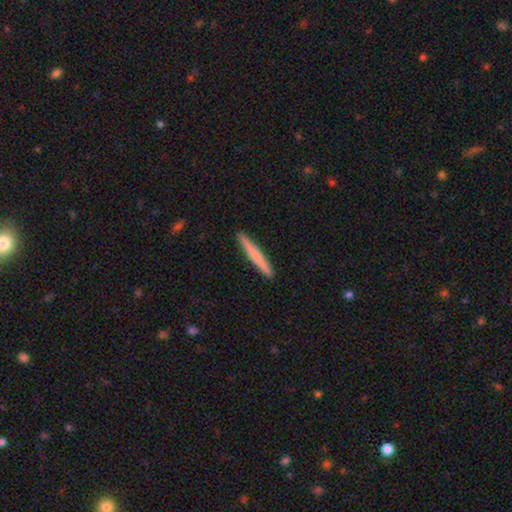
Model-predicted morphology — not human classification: Overall: smooth (64%; featured or disk 31%). How rounded: cigar-shaped (97%). Merging: none (92%).